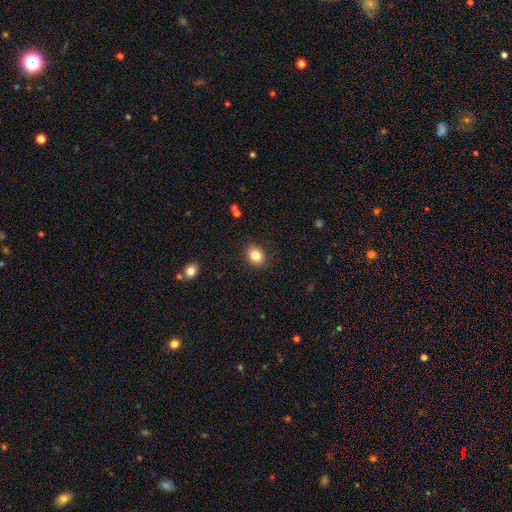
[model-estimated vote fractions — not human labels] smooth 84%, star or artifact 10%, featured or disk 7%. Down the decision tree: how rounded — round (57%); merging — none (88%).